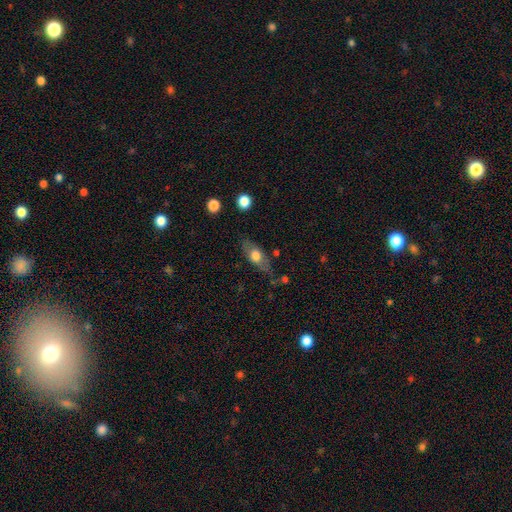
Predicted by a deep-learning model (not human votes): Smooth or featured? smooth (58%)
How rounded? in between (69%)
Merging? none (67%)